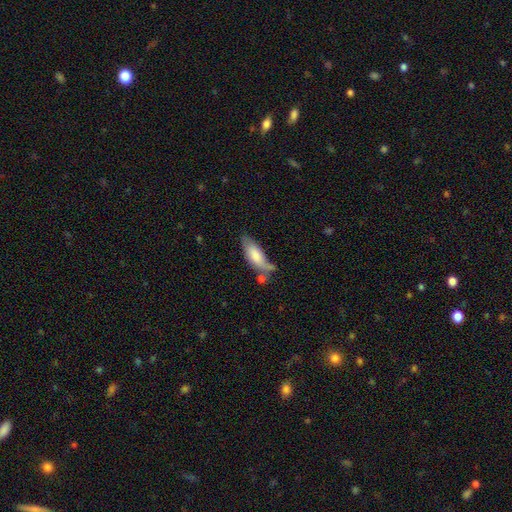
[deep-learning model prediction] This is likely a smooth galaxy (73%). How rounded: likely in between (71%). Merging: marginally none (44%).